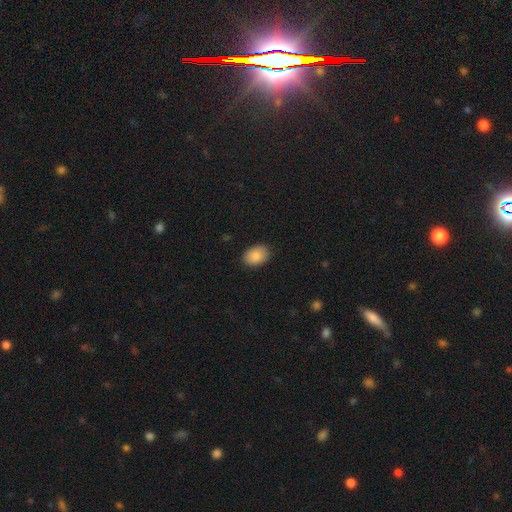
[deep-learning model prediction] Smooth or featured?
  - smooth: 88% *
  - star or artifact: 7%
  - featured or disk: 4%
How rounded?
  - in between: 82% *
  - round: 17%
  - cigar-shaped: 1%
Merging?
  - none: 87% *
  - minor disturbance: 10%
  - major disturbance: 2%
  - merger: 1%